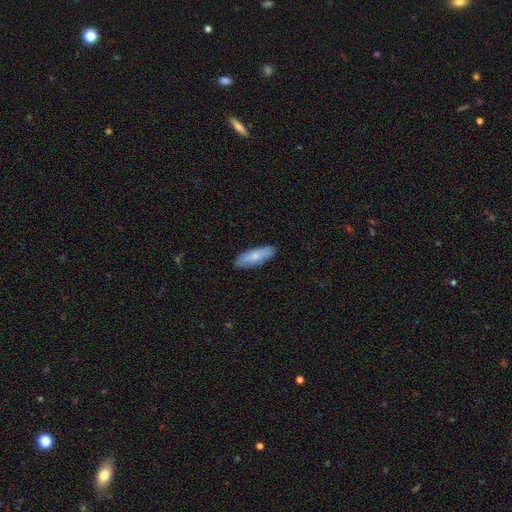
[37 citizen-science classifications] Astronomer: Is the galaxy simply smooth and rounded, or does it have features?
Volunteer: smooth — 84%.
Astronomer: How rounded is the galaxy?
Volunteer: in between — 65%.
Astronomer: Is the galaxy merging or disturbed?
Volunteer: none — 92%.